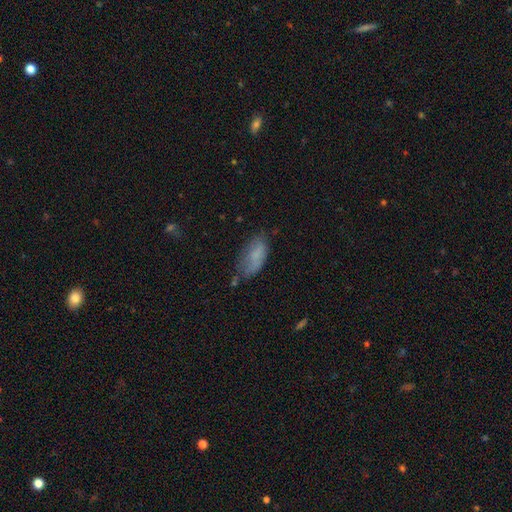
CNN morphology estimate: Q: Smooth or featured?
A: smooth (74%); runner-up: featured or disk (18%)
Q: How rounded?
A: in between (87%); runner-up: cigar-shaped (11%)
Q: Merging?
A: none (50%); runner-up: minor disturbance (33%)